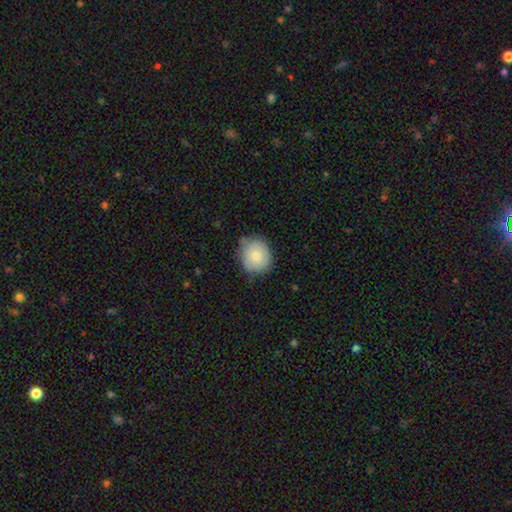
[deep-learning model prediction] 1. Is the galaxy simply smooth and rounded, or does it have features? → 79% smooth, 13% featured or disk, 8% star or artifact.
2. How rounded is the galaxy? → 79% round, 20% in between, 1% cigar-shaped.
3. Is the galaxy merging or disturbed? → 70% none, 24% minor disturbance, 4% major disturbance, 2% merger.